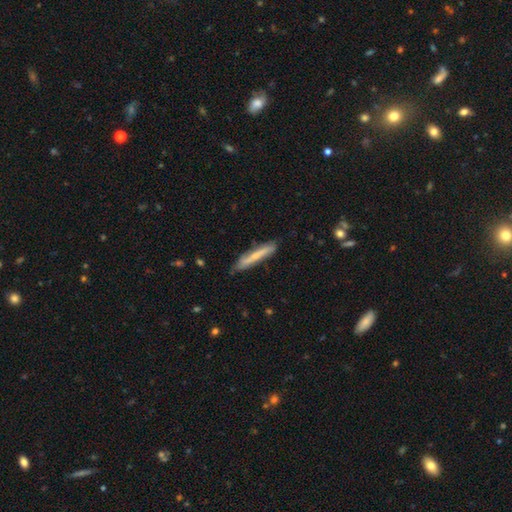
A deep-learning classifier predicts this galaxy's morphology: The model was most divided on "smooth or featured": smooth: 54%, featured or disk: 40%, star or artifact: 6%. More confident: how rounded — cigar-shaped (92%); merging — none (76%).